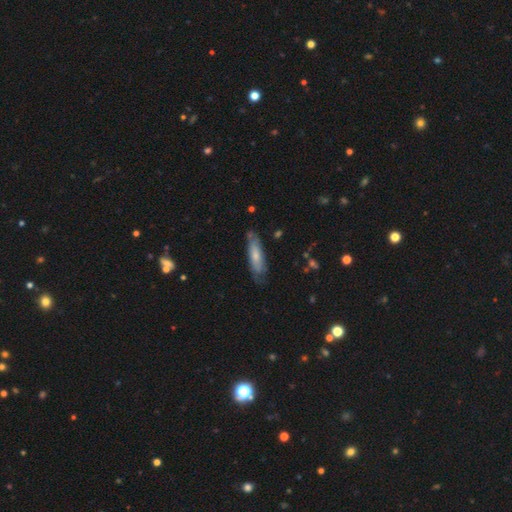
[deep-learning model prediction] Overall: smooth (62%; featured or disk 32%). How rounded: cigar-shaped (55%; in between 43%). Merging: none (68%).